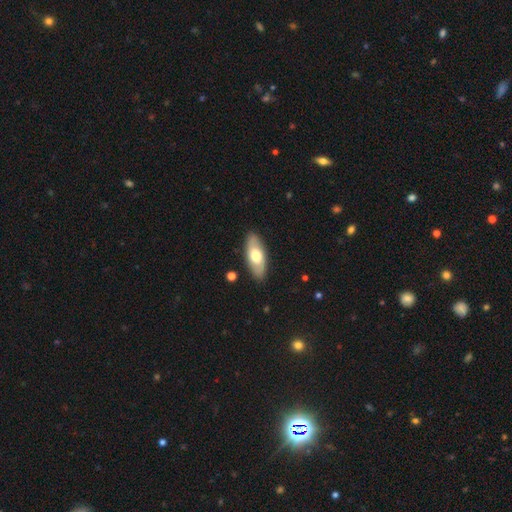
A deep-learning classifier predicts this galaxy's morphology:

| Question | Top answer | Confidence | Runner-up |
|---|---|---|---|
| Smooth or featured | smooth | 62% | featured or disk (33%) |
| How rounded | in between | 81% | cigar-shaped (17%) |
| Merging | none | 88% | minor disturbance (9%) |